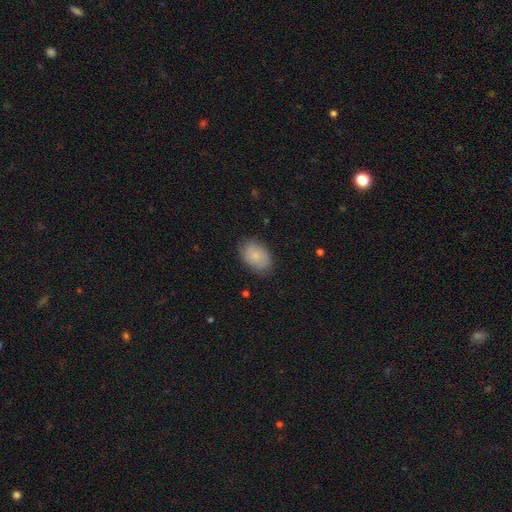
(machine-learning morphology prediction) type=smooth (77%); roundness=in between (86%); merging=none (80%).